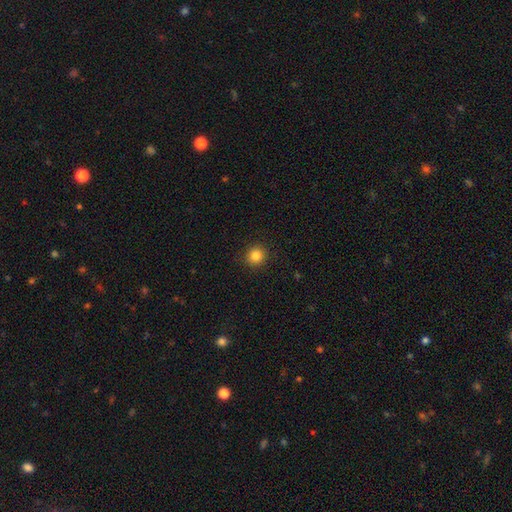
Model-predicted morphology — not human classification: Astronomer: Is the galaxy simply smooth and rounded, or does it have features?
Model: smooth — 84%.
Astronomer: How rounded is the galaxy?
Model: round — 91%.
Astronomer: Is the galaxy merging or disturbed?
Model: none — 91%.